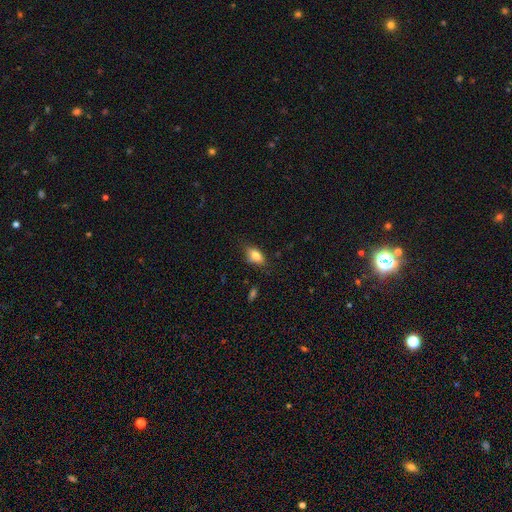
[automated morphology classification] smooth_or_featured: smooth (p=0.77) [alt: featured or disk p=0.14]
how_rounded: in between (p=0.85) [alt: round p=0.09]
merging: none (p=0.77) [alt: minor disturbance p=0.18]